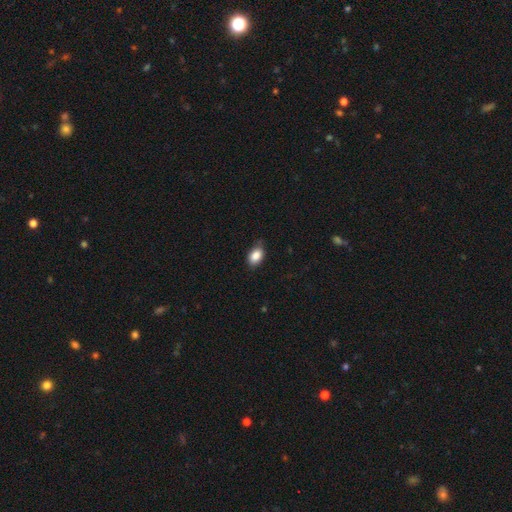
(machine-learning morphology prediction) The model was most divided on "merging": none: 77%, minor disturbance: 19%, major disturbance: 3%, merger: 1%. More confident: how rounded — in between (87%); smooth or featured — smooth (87%).